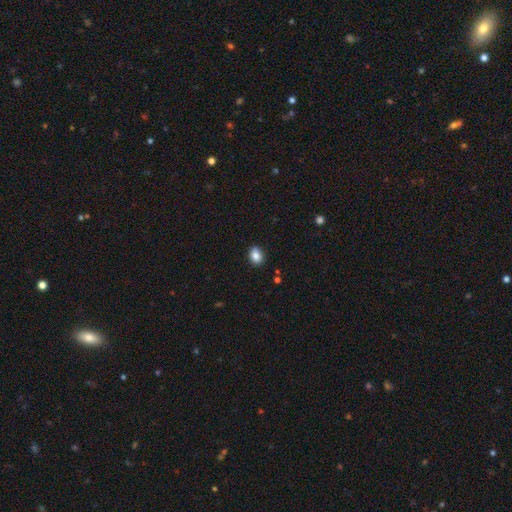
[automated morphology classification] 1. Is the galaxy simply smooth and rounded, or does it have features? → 85% smooth, 9% star or artifact, 6% featured or disk.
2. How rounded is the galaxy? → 70% in between, 29% round, 1% cigar-shaped.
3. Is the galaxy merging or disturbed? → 85% none, 12% minor disturbance, 2% major disturbance, 1% merger.